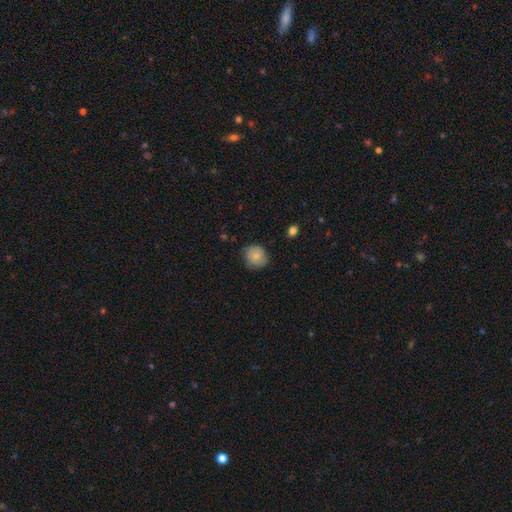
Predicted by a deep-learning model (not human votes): smooth-or-featured: smooth: 79% | featured or disk: 14% | star or artifact: 8%
  how-rounded: round: 83% | in between: 16% | cigar-shaped: 1%
  merging: none: 72% | minor disturbance: 23% | major disturbance: 4% | merger: 1%